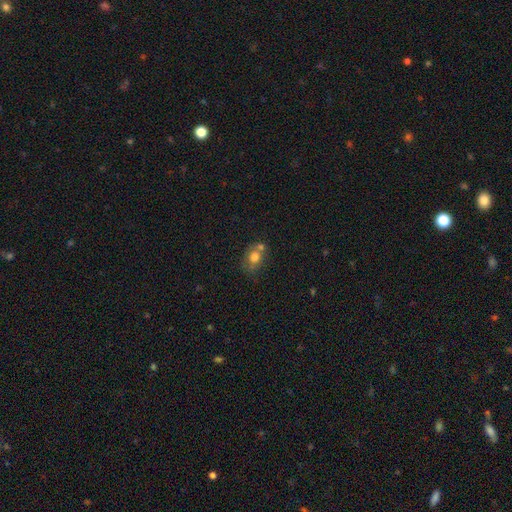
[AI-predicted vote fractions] Overall: smooth (67%). How rounded: round (52%; in between 46%). Merging: none (51%; merger 28%).